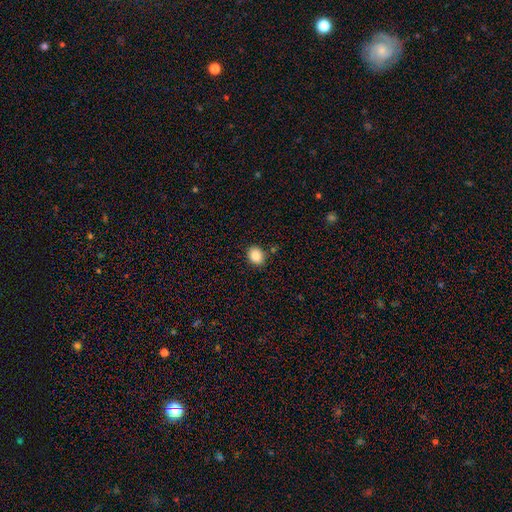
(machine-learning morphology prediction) smooth_or_featured: smooth (p=0.87) [alt: star or artifact p=0.09]
how_rounded: round (p=0.58) [alt: in between p=0.41]
merging: none (p=0.86) [alt: minor disturbance p=0.09]